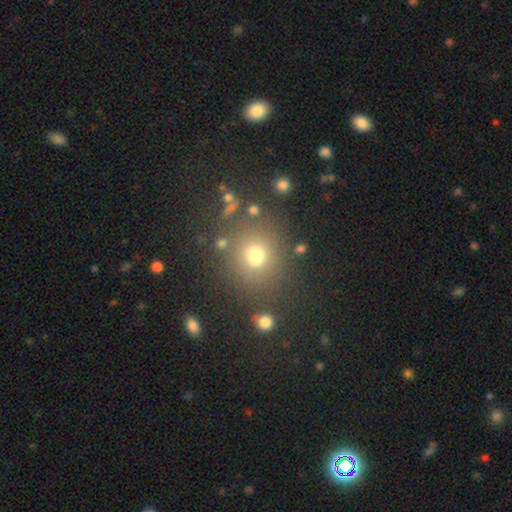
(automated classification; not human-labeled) The model was most divided on "smooth or featured": smooth: 68%, star or artifact: 21%, featured or disk: 11%. More confident: how rounded — round (78%); merging — none (71%).